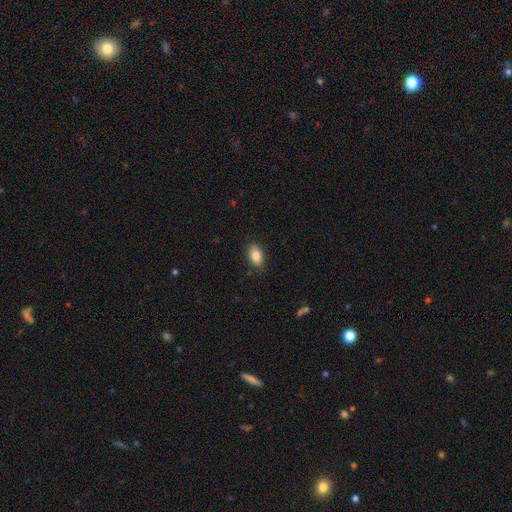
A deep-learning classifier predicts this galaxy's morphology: This is clearly a smooth galaxy (86%). How rounded: clearly in between (90%). Merging: clearly none (87%).